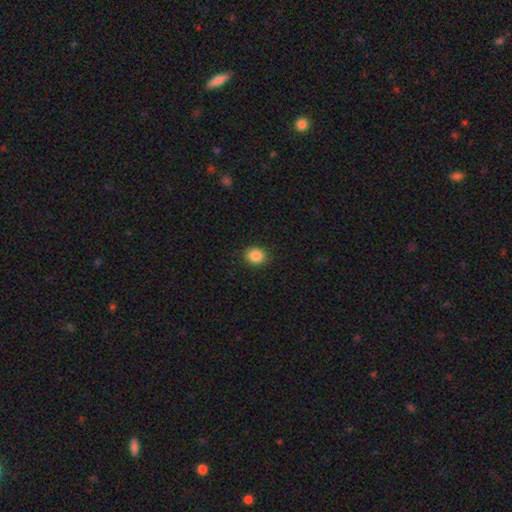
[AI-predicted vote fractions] smooth 87%, star or artifact 9%, featured or disk 4%. Down the decision tree: how rounded — round (70%); merging — none (90%).